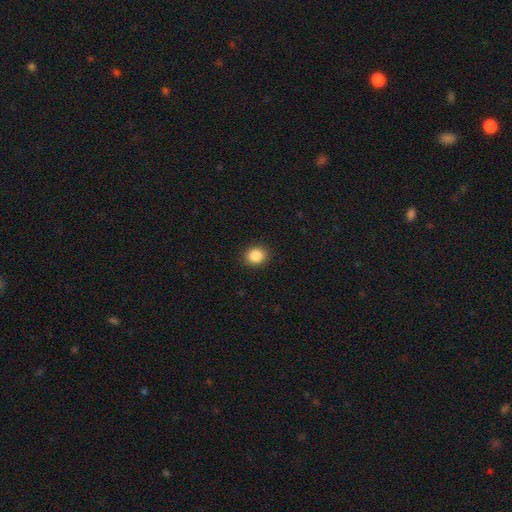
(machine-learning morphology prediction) Q: Smooth or featured?
A: smooth (86%); runner-up: star or artifact (10%)
Q: How rounded?
A: round (75%); runner-up: in between (25%)
Q: Merging?
A: none (90%); runner-up: minor disturbance (7%)